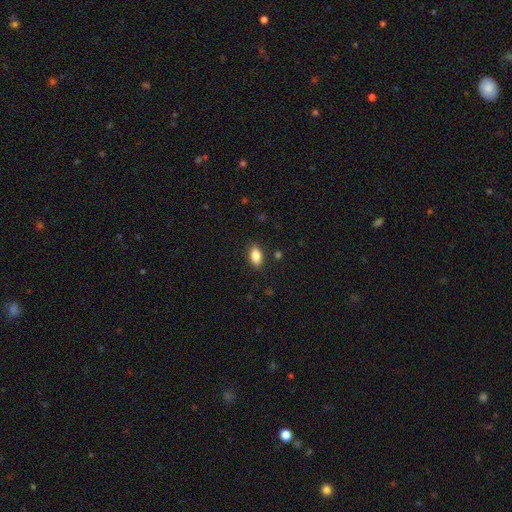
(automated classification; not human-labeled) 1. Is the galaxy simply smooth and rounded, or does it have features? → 84% smooth, 8% star or artifact, 8% featured or disk.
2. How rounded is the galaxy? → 89% in between, 6% cigar-shaped, 5% round.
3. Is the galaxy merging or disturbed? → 87% none, 9% minor disturbance, 2% major disturbance, 1% merger.